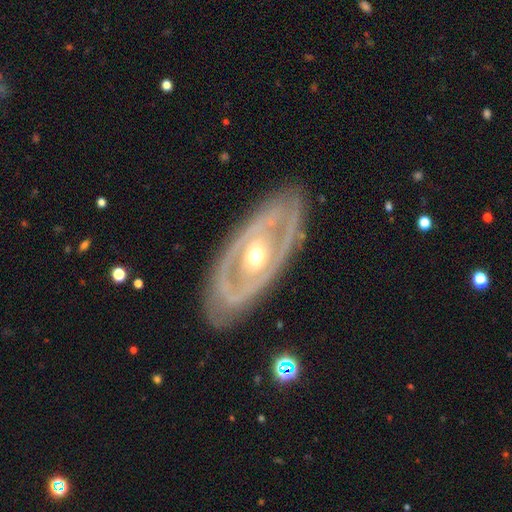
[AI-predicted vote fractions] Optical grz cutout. It shows a featured or disk galaxy (86%) with no bar (74%), 2 (60%) tight (61%) spiral arms (68%) and a moderate central bulge (62%). Merging: none (81%).